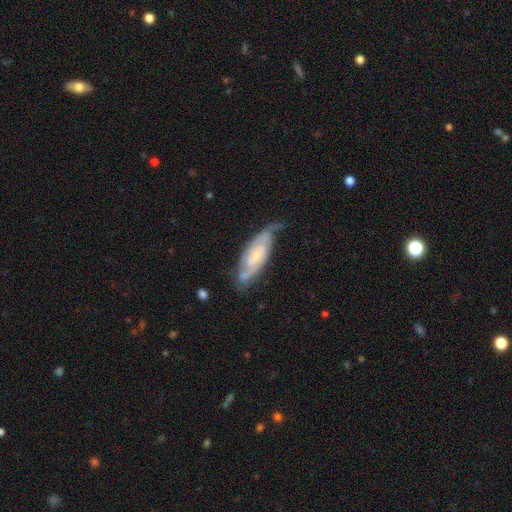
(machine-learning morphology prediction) smooth_or_featured: featured or disk (p=0.78) [alt: smooth p=0.17]
disk_edge_on: no (p=0.87) [alt: yes p=0.13]
bar: no (p=0.55) [alt: weak p=0.35]
has_spiral_arms: yes (p=0.92) [alt: no p=0.08]
spiral_winding: tight (p=0.47) [alt: medium p=0.39]
spiral_arm_count: 2 (p=0.65) [alt: can't tell p=0.21]
bulge_size: small (p=0.59) [alt: moderate p=0.33]
merging: none (p=0.59) [alt: minor disturbance p=0.28]